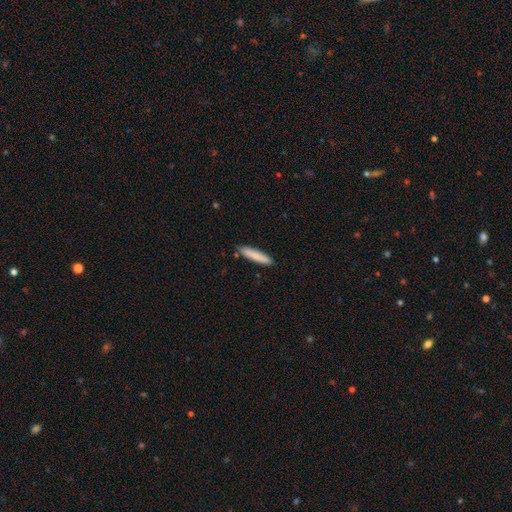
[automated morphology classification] smooth 82%, featured or disk 12%, star or artifact 6%. Down the decision tree: how rounded — cigar-shaped (88%); merging — none (87%).